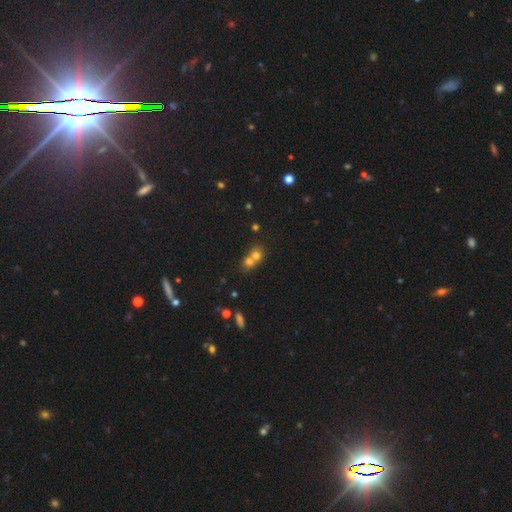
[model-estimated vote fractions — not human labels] smooth 69%, star or artifact 16%, featured or disk 15%. Down the decision tree: how rounded — round (76%); merging — merger (66%).